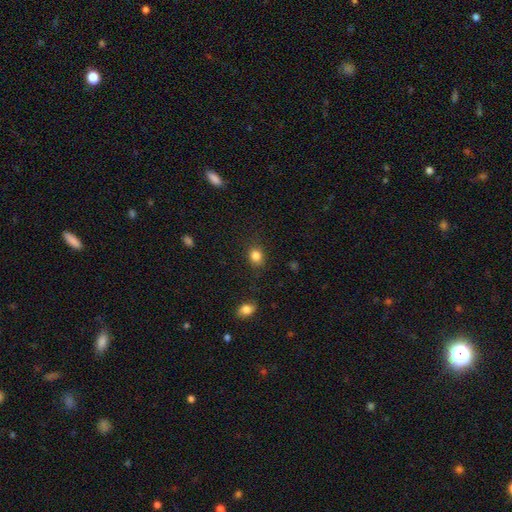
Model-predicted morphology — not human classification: smooth_or_featured: smooth (p=0.84) [alt: star or artifact p=0.11]
how_rounded: round (p=0.56) [alt: in between p=0.43]
merging: none (p=0.83) [alt: minor disturbance p=0.11]